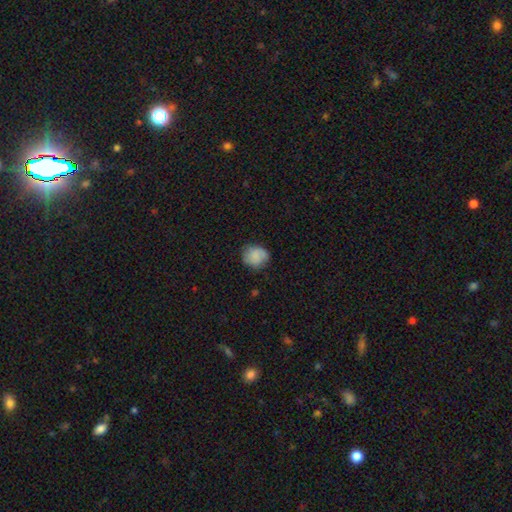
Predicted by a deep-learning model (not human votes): This appears to be a smooth galaxy with no disk features (80%) that is round (74%). Merging: none (72%).